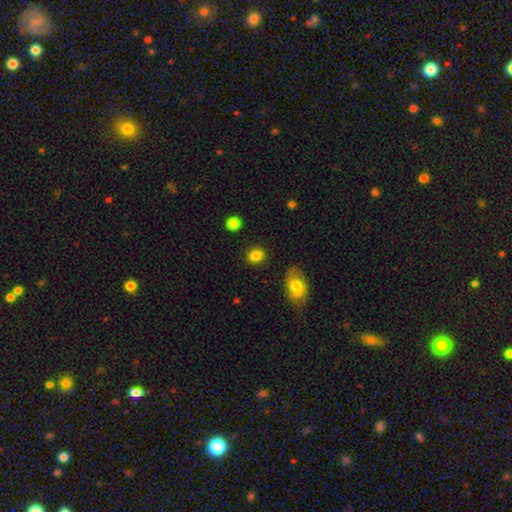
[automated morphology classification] Smooth or featured? smooth (85%)
How rounded? round (55%)
Merging? none (88%)